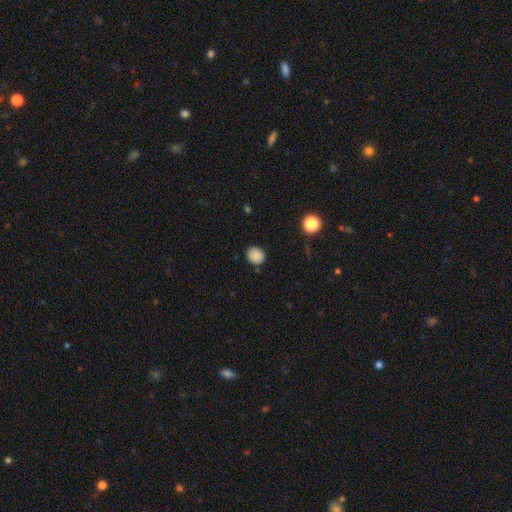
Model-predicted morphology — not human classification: Q: Smooth or featured?
A: smooth (86%); runner-up: star or artifact (10%)
Q: How rounded?
A: round (78%); runner-up: in between (21%)
Q: Merging?
A: none (87%); runner-up: minor disturbance (9%)